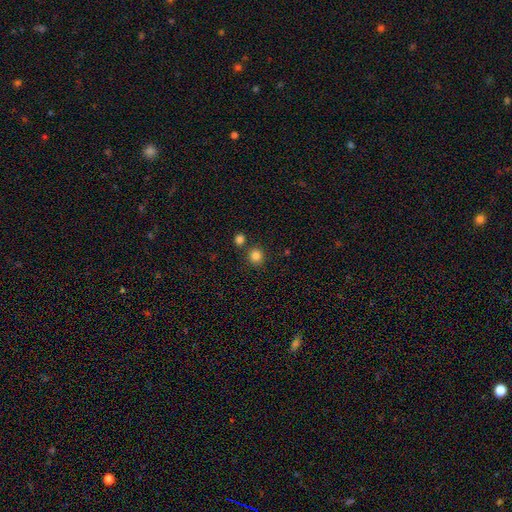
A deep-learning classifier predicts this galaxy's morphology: smooth_or_featured: smooth (p=0.84) [alt: star or artifact p=0.12]
how_rounded: round (p=0.92) [alt: in between p=0.07]
merging: none (p=0.79) [alt: merger p=0.11]